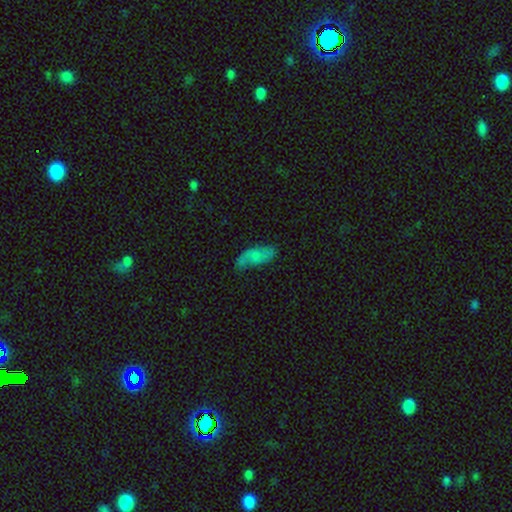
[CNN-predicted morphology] smooth-or-featured: smooth: 55% | featured or disk: 37% | star or artifact: 9%
  how-rounded: in between: 86% | cigar-shaped: 11% | round: 3%
  merging: none: 58% | minor disturbance: 28% | major disturbance: 11% | merger: 3%